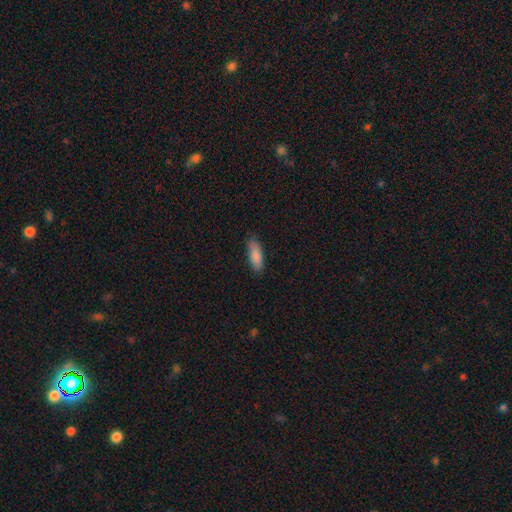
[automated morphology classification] Overall: smooth (87%). How rounded: in between (58%; cigar-shaped 40%). Merging: none (82%).